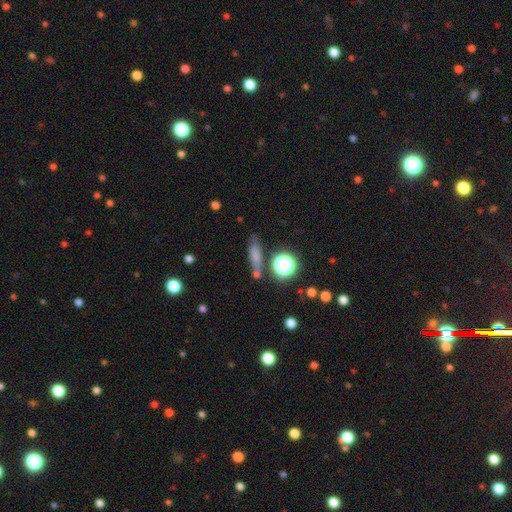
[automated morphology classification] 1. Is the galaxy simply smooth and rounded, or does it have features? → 66% smooth, 18% star or artifact, 16% featured or disk.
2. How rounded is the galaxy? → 51% cigar-shaped, 31% in between, 17% round.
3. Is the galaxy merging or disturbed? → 62% none, 18% minor disturbance, 12% merger, 8% major disturbance.